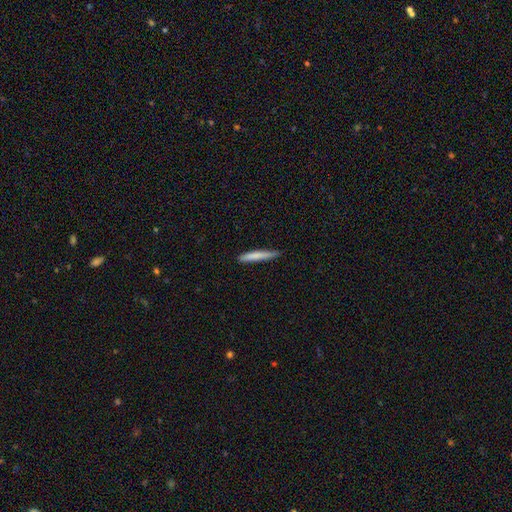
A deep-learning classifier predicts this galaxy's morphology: The model was most divided on "merging": none: 78%, minor disturbance: 18%, major disturbance: 2%, merger: 1%. More confident: how rounded — cigar-shaped (94%); smooth or featured — smooth (77%).